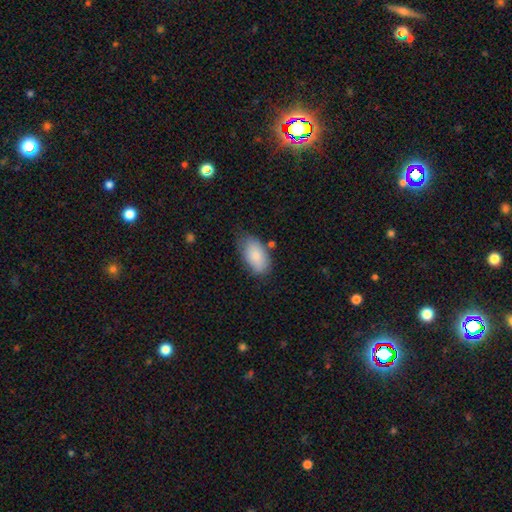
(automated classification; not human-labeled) This appears to be a smooth galaxy with no disk features (86%) that is in between round and cigar-shaped (94%). Merging: none (68%).